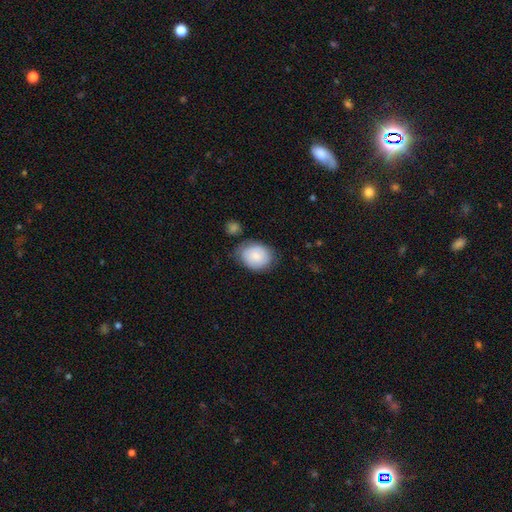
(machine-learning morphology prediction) Q: Smooth or featured?
A: smooth (77%); runner-up: featured or disk (16%)
Q: How rounded?
A: in between (55%); runner-up: round (44%)
Q: Merging?
A: none (66%); runner-up: minor disturbance (23%)